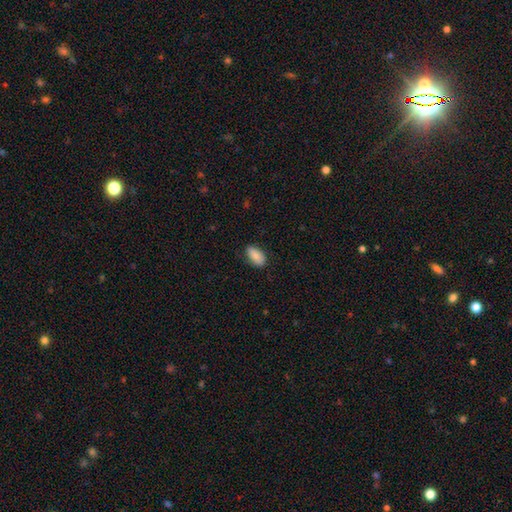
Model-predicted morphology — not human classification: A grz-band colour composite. It shows a smooth galaxy with no disk features (86%) that is in between round and cigar-shaped (92%). Merging: none (82%).